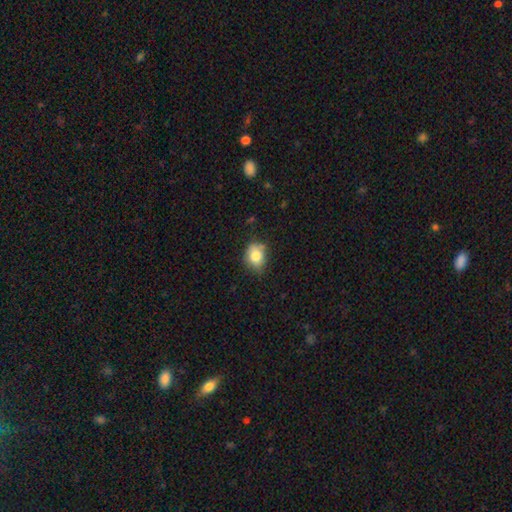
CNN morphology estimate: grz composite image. It shows a smooth galaxy with no disk features (77%) that is in between round and cigar-shaped (53%). Merging: none (57%).